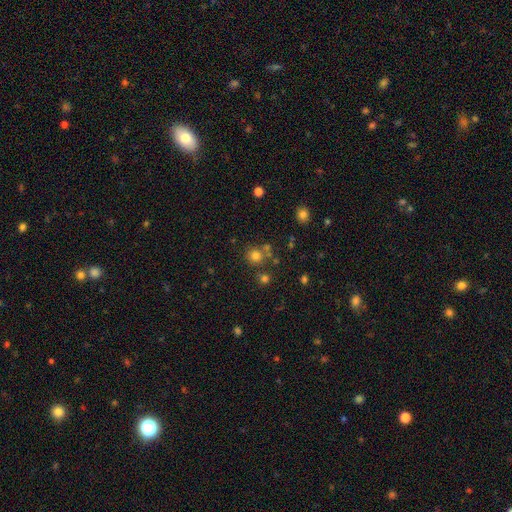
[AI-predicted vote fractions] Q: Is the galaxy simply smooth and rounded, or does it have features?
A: smooth — 75%.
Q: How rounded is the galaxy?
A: round — 91%.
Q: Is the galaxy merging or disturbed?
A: none — 72%.